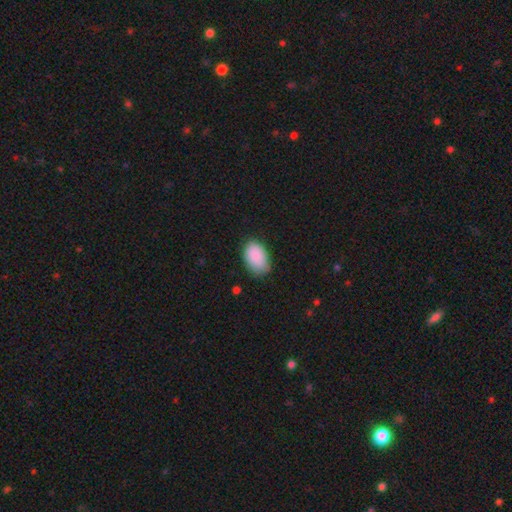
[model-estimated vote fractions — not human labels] The model was most divided on "merging": none: 75%, minor disturbance: 20%, major disturbance: 3%, merger: 1%. More confident: how rounded — in between (92%); smooth or featured — smooth (89%).